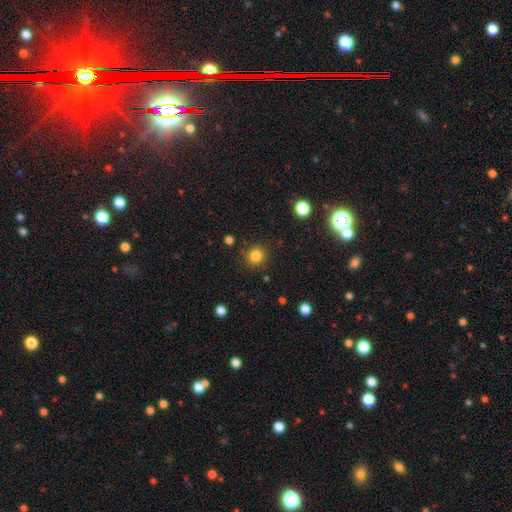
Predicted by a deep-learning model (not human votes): Smooth or featured: smooth — 83% (star or artifact — 12%)
How rounded: round — 89% (in between — 10%)
Merging: none — 87% (minor disturbance — 8%)